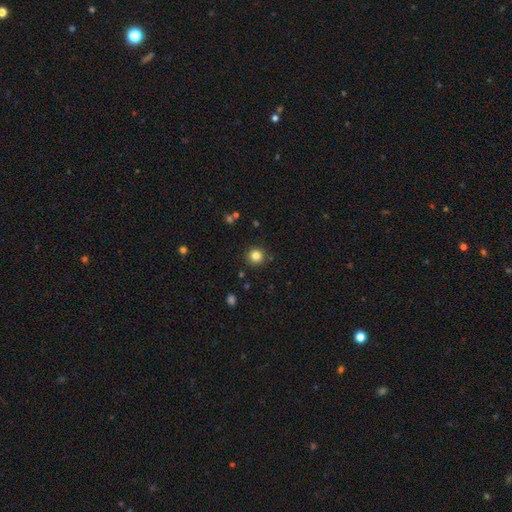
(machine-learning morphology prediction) Smooth or featured?
  - smooth: 82% *
  - star or artifact: 12%
  - featured or disk: 6%
How rounded?
  - round: 93% *
  - in between: 6%
  - cigar-shaped: 1%
Merging?
  - none: 89% *
  - minor disturbance: 7%
  - major disturbance: 2%
  - merger: 2%